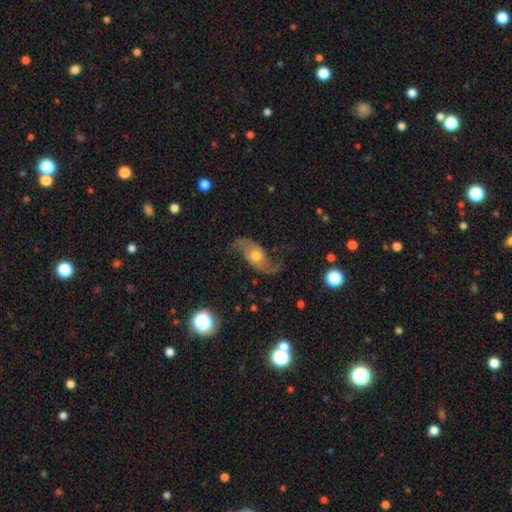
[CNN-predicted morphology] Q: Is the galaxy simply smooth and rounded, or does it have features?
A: featured or disk — 83%.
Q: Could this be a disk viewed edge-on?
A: no — 95%.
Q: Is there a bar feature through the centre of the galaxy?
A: no — 68%.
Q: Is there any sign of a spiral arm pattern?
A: yes — 95%.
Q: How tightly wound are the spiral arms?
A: loose — 70%.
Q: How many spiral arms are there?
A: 2 — 93%.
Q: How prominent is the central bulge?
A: moderate — 62%.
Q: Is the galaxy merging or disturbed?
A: none — 72%.